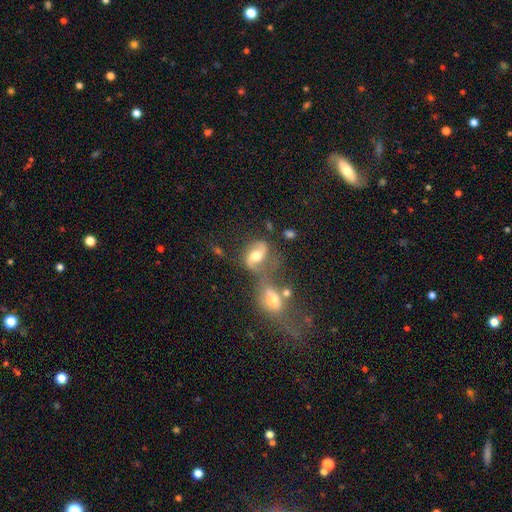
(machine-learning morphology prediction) smooth-or-featured: featured or disk: 63% | smooth: 27% | star or artifact: 10%
  disk-edge-on: no: 96% | yes: 4%
    bar: no: 47% | weak: 38% | strong: 15%
    has-spiral-arms: yes: 85% | no: 15%
      spiral-winding: loose: 44% | medium: 43% | tight: 13%
      spiral-arm-count: 2: 88% | can't tell: 5% | 1: 5% | 3: 1% | 4: 1% | more than 4: 1%
    bulge-size: moderate: 67% | large: 22% | small: 7% | dominant: 2% | none: 2%
  merging: merger: 37% | none: 36% | minor disturbance: 15% | major disturbance: 12%